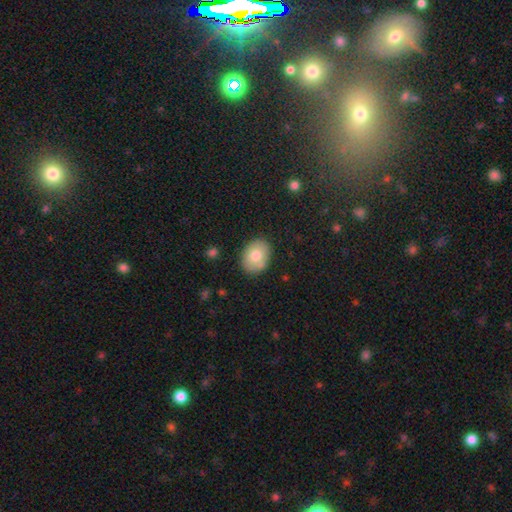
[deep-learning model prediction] A smooth galaxy with no disk features (78%) that is in between round and cigar-shaped (68%). Merging: none (81%).